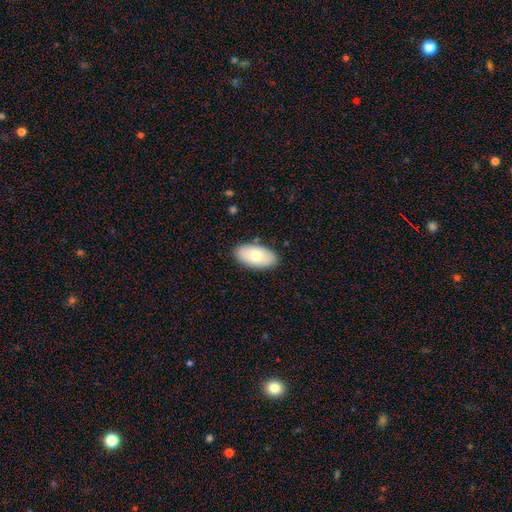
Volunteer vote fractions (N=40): A smooth galaxy with no disk features (65%) that is in between round and cigar-shaped (96%). Merging: none (91%).